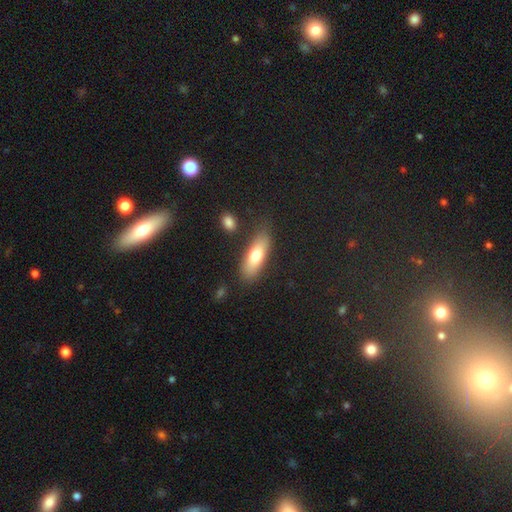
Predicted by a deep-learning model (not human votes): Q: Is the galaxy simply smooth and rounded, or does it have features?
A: smooth — 72%.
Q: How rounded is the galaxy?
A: in between — 60%.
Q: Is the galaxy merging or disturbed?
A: none — 78%.